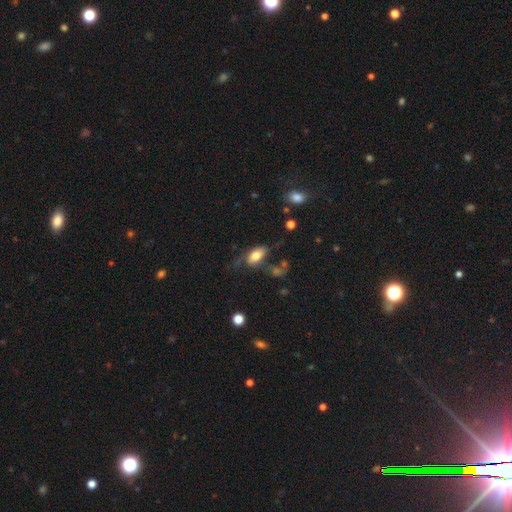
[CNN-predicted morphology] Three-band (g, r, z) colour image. It shows a smooth galaxy with no disk features (67%) that is in between round and cigar-shaped (89%). Merging: none (41%).